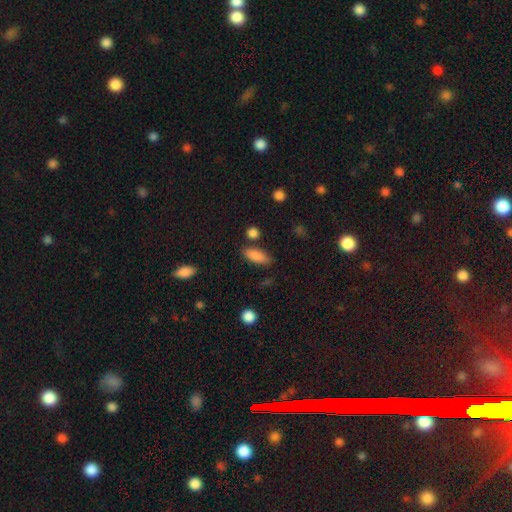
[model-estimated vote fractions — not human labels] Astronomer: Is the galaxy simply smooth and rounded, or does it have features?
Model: smooth — 86%.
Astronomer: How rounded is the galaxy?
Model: in between — 69%.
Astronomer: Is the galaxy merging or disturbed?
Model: none — 79%.